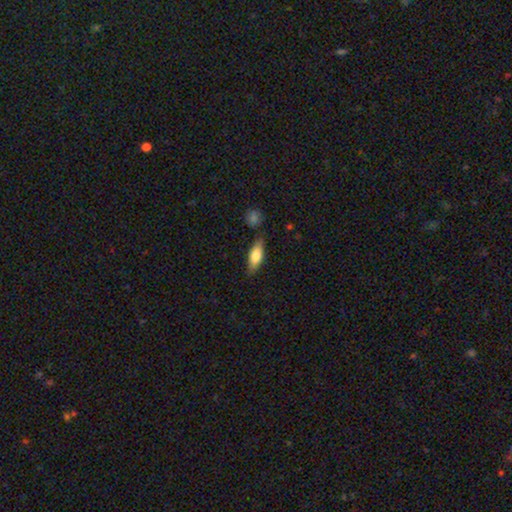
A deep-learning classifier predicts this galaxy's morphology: A smooth galaxy with no disk features (72%) that is in between round and cigar-shaped (66%). Merging: none (79%).